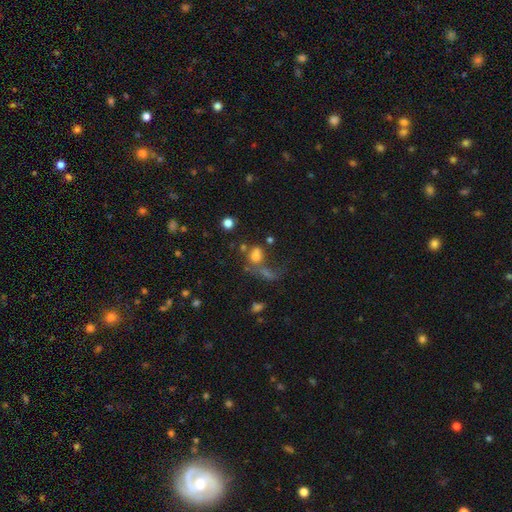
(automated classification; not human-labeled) This is likely a smooth galaxy (62%). How rounded: likely round (62%). Merging: marginally merger (41%).